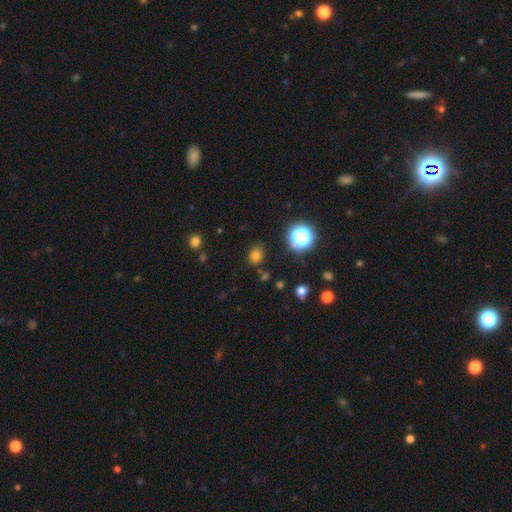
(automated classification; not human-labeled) The model was most divided on "how rounded": round: 58%, in between: 41%, cigar-shaped: 1%. More confident: merging — none (78%); smooth or featured — smooth (73%).